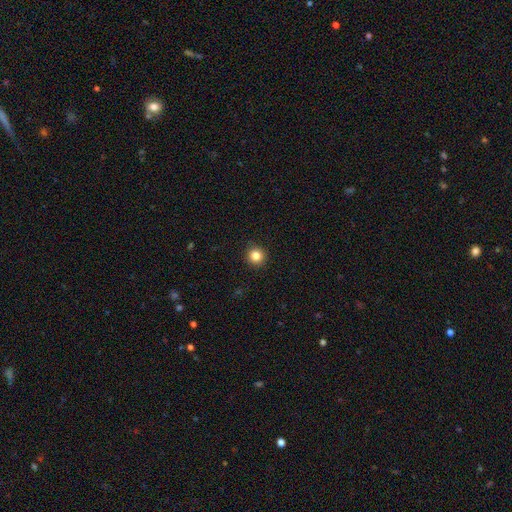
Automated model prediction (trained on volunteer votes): Morphology: type=smooth (83%); roundness=round (95%); merging=none (93%).